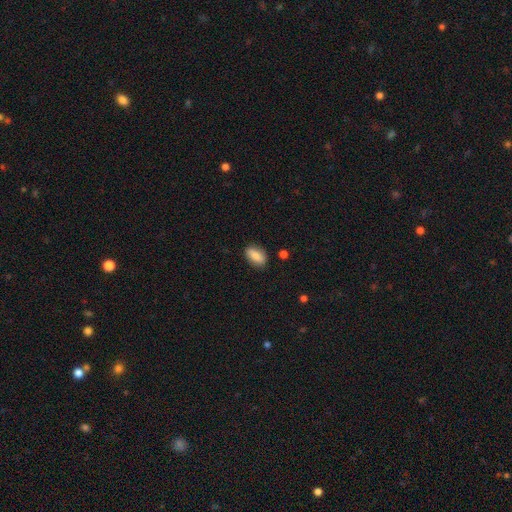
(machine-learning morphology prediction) A smooth galaxy with no disk features (79%) that is in between round and cigar-shaped (88%). Merging: none (84%).